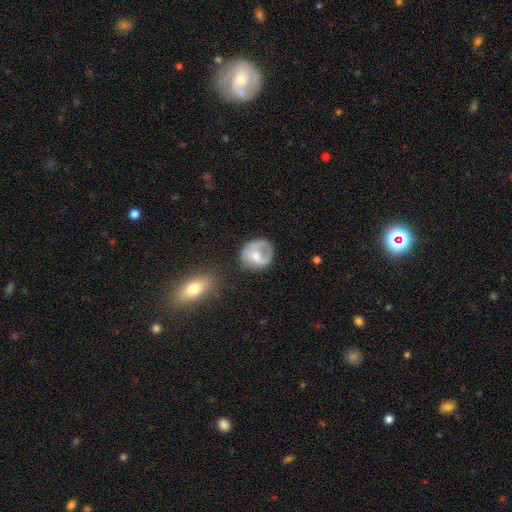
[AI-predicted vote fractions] smooth-or-featured: smooth: 48% | featured or disk: 44% | star or artifact: 8%
  merging: none: 47% | minor disturbance: 27% | major disturbance: 22% | merger: 4%